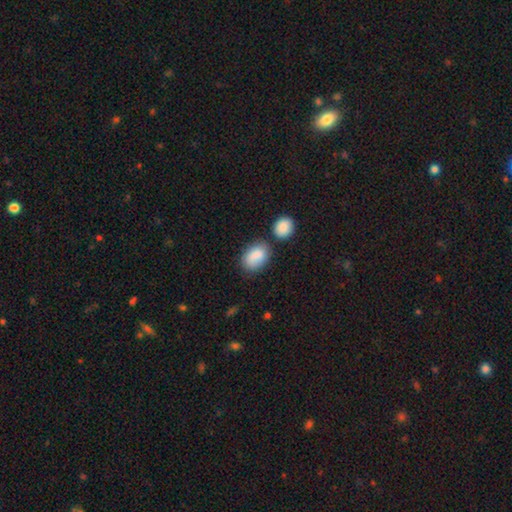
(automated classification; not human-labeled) Smooth or featured?
  - smooth: 86% *
  - featured or disk: 7%
  - star or artifact: 7%
How rounded?
  - in between: 85% *
  - round: 14%
  - cigar-shaped: 2%
Merging?
  - none: 60% *
  - minor disturbance: 18%
  - merger: 17%
  - major disturbance: 5%